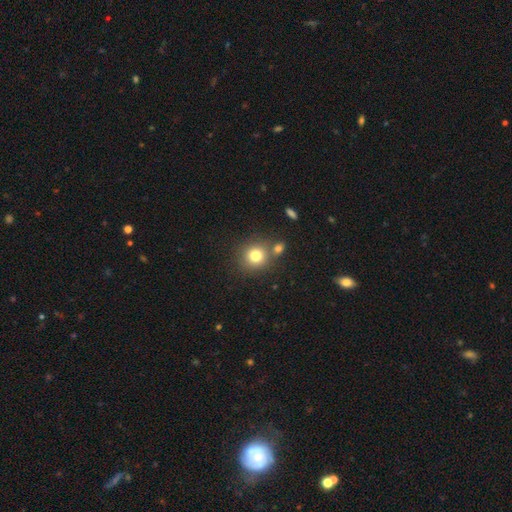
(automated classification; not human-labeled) A smooth galaxy with no disk features (78%) that is round (88%).

Vote fractions:
- Smooth or featured? smooth: 78% / star or artifact: 13% / featured or disk: 9%
- How rounded? round: 88% / in between: 11% / cigar-shaped: 1%
- Merging? none: 70% / merger: 18% / minor disturbance: 9% / major disturbance: 3%